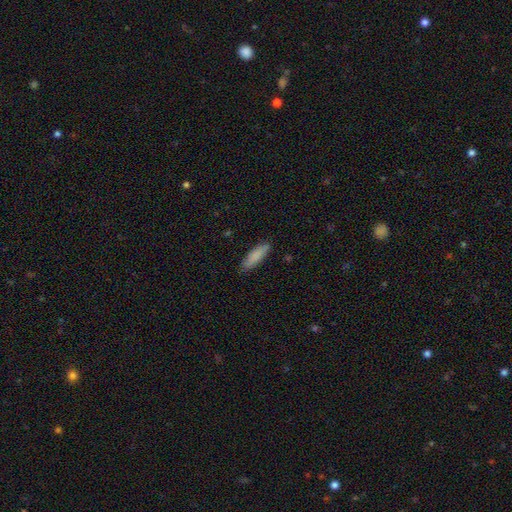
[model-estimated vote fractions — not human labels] This is clearly a smooth galaxy (85%). How rounded: possibly cigar-shaped (56%). Merging: clearly none (84%).